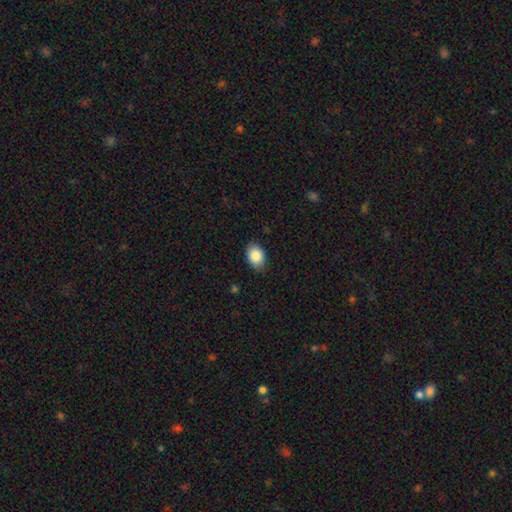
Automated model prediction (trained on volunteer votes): smooth_or_featured: smooth (p=0.87) [alt: star or artifact p=0.08]
how_rounded: in between (p=0.75) [alt: round p=0.24]
merging: none (p=0.83) [alt: minor disturbance p=0.14]